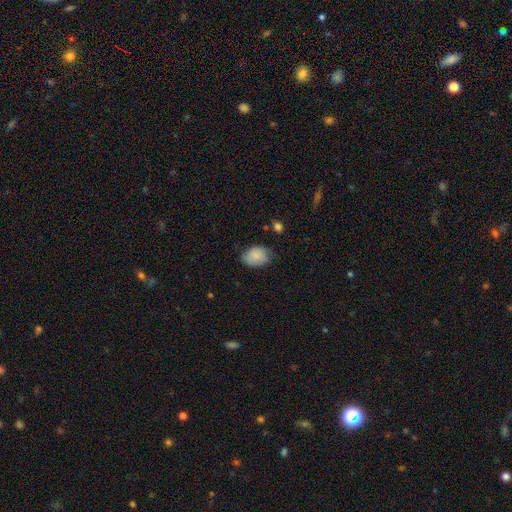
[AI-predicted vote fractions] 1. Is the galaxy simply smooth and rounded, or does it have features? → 81% smooth, 12% featured or disk, 7% star or artifact.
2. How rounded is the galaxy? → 74% in between, 25% round, 1% cigar-shaped.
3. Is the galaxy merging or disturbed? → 63% none, 29% minor disturbance, 6% major disturbance, 2% merger.